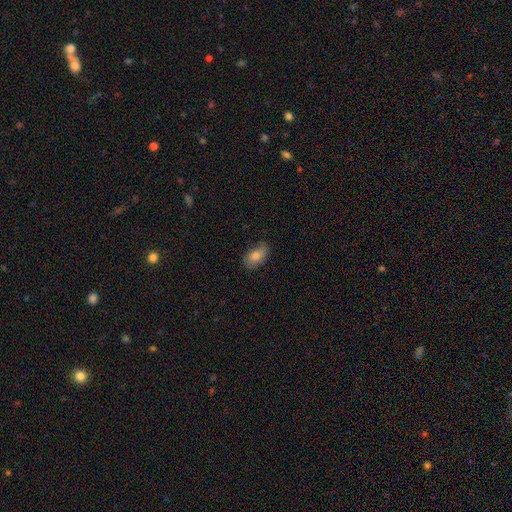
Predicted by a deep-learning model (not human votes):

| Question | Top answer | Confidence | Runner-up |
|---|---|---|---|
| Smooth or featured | smooth | 79% | featured or disk (13%) |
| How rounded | in between | 91% | round (6%) |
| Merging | none | 73% | minor disturbance (22%) |